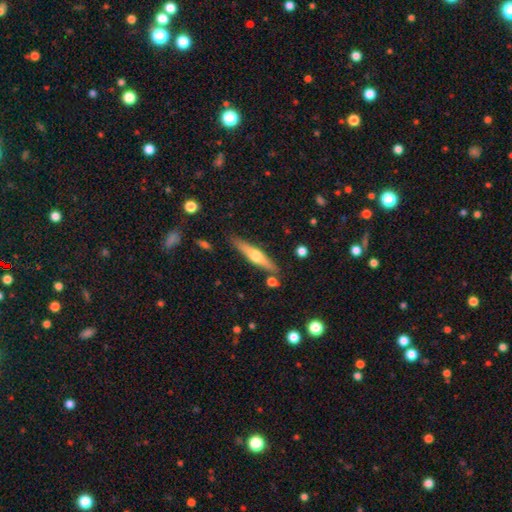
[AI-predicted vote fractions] A featured or disk galaxy (56%) viewed edge-on (95%) with a rounded central bulge (92%). Merging: none (84%).